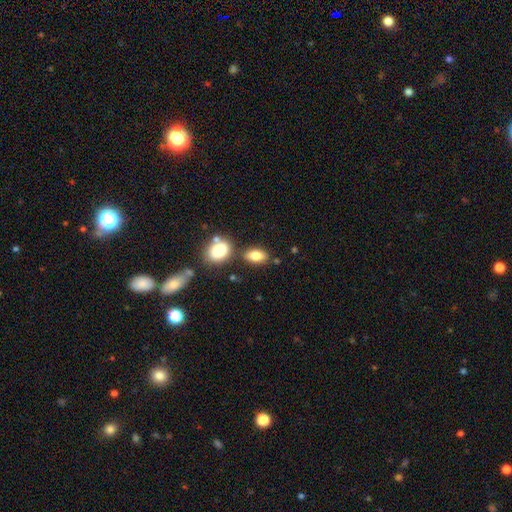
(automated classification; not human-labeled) Smooth or featured?
  - smooth: 81% *
  - featured or disk: 10%
  - star or artifact: 9%
How rounded?
  - in between: 87% *
  - round: 10%
  - cigar-shaped: 4%
Merging?
  - none: 72% *
  - merger: 13%
  - minor disturbance: 12%
  - major disturbance: 3%